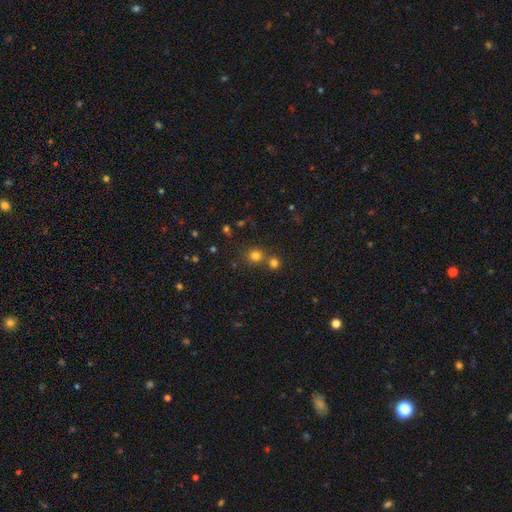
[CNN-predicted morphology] Smooth or featured? Predicted: smooth (p=0.77). How rounded? Predicted: round (p=0.87). Merging? Predicted: none (p=0.65).